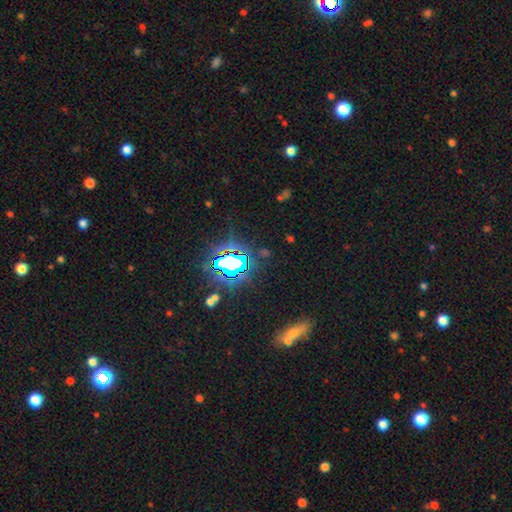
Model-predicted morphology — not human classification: star or artifact 77%, smooth 14%, featured or disk 9%.